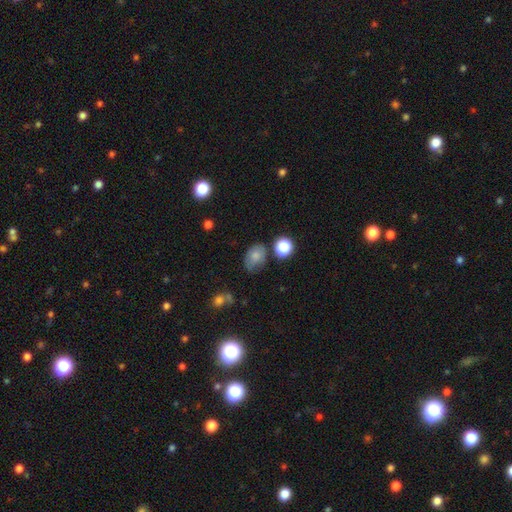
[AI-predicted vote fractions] Smooth or featured? Predicted: smooth (p=0.75). How rounded? Predicted: in between (p=0.75). Merging? Predicted: none (p=0.54).